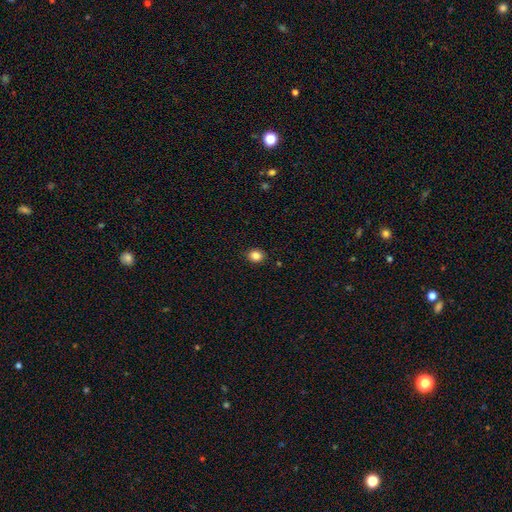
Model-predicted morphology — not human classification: Smooth or featured? smooth (85%)
How rounded? round (66%)
Merging? none (90%)